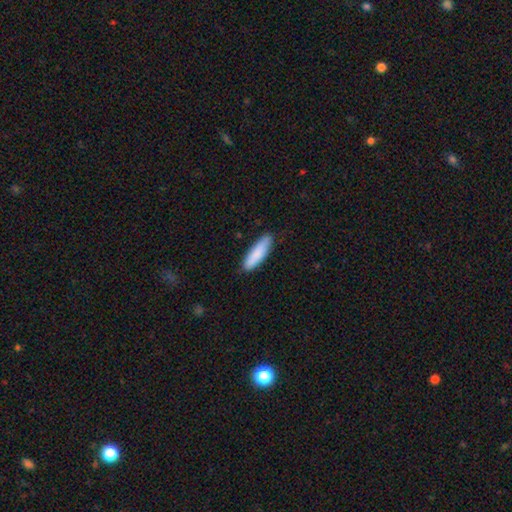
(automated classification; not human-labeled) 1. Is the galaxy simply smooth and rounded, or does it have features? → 87% smooth, 8% featured or disk, 5% star or artifact.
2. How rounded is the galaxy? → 64% cigar-shaped, 34% in between, 1% round.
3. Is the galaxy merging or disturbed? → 86% none, 12% minor disturbance, 2% major disturbance, 1% merger.